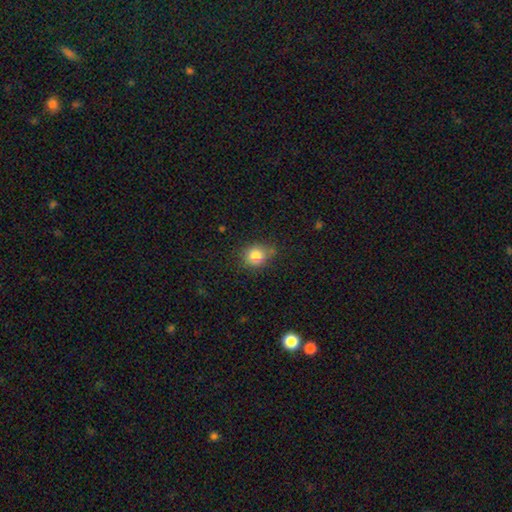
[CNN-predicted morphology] smooth-or-featured: smooth: 82% | star or artifact: 11% | featured or disk: 7%
  how-rounded: round: 73% | in between: 26% | cigar-shaped: 1%
  merging: none: 70% | minor disturbance: 22% | major disturbance: 5% | merger: 3%